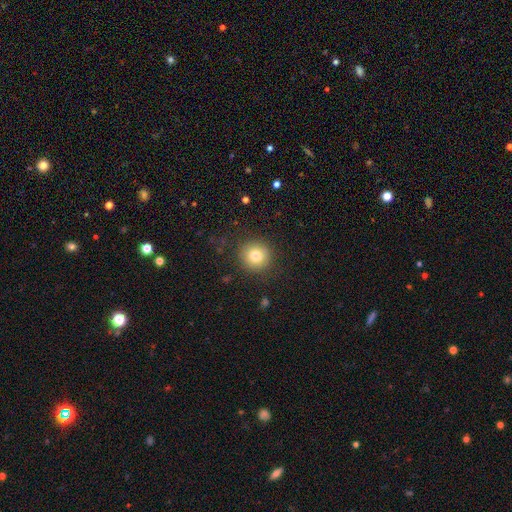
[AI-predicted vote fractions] This is likely a smooth galaxy (78%). How rounded: clearly round (93%). Merging: clearly none (88%).